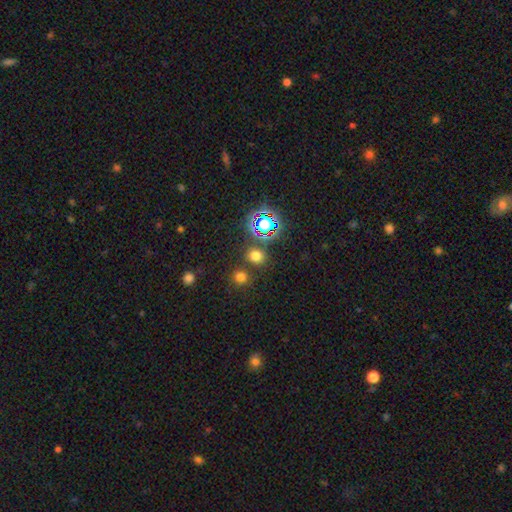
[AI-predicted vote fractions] smooth 65%, star or artifact 29%, featured or disk 6%. Down the decision tree: how rounded — round (80%); merging — none (79%).